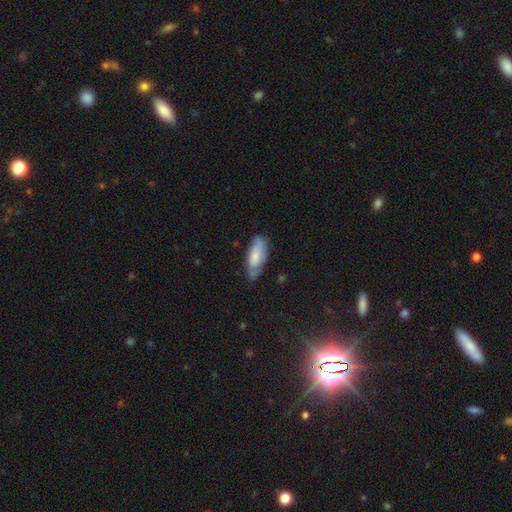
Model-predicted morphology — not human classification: Smooth or featured?
  - smooth: 60% *
  - featured or disk: 33%
  - star or artifact: 7%
How rounded?
  - in between: 72% *
  - cigar-shaped: 26%
  - round: 2%
Merging?
  - none: 65% *
  - minor disturbance: 27%
  - major disturbance: 6%
  - merger: 2%